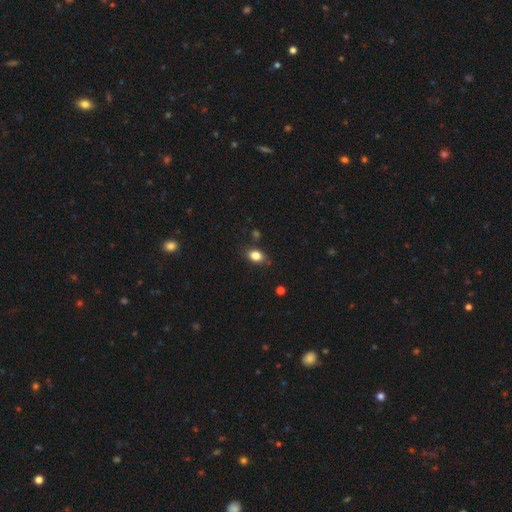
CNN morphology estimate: smooth_or_featured: smooth (p=0.83) [alt: star or artifact p=0.10]
how_rounded: in between (p=0.73) [alt: round p=0.25]
merging: none (p=0.79) [alt: minor disturbance p=0.15]